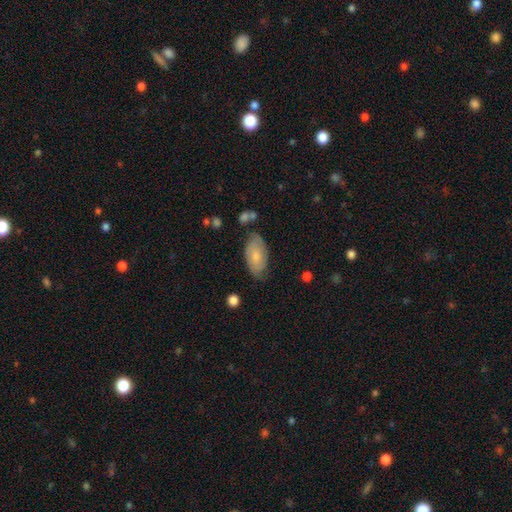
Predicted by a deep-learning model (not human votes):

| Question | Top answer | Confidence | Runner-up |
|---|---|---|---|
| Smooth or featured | smooth | 57% | featured or disk (36%) |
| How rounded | in between | 92% | cigar-shaped (4%) |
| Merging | none | 67% | minor disturbance (24%) |